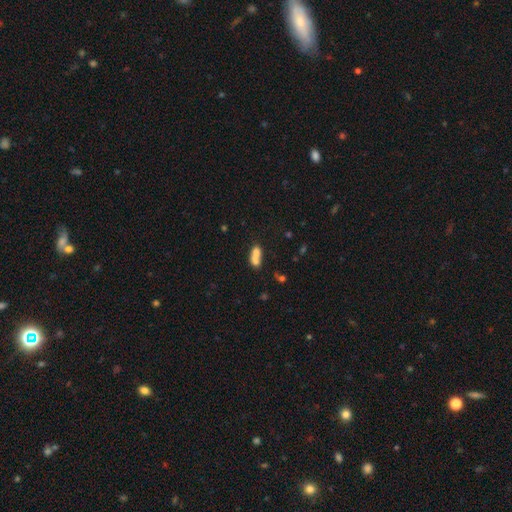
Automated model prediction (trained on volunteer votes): A smooth galaxy with no disk features (72%) that is in between round and cigar-shaped (72%). Merging: merger (51%).